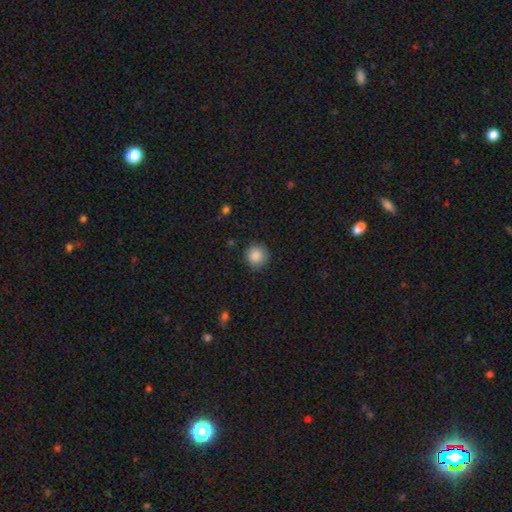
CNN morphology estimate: Q: Smooth or featured?
A: smooth (88%); runner-up: star or artifact (8%)
Q: How rounded?
A: round (92%); runner-up: in between (7%)
Q: Merging?
A: none (84%); runner-up: minor disturbance (12%)